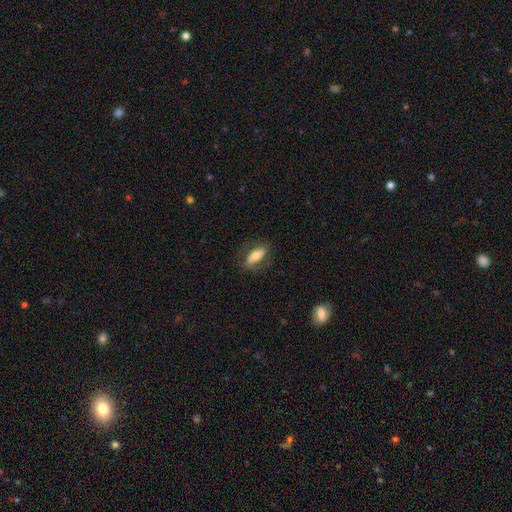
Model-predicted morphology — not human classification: The model was most divided on "smooth or featured": smooth: 59%, featured or disk: 34%, star or artifact: 7%. More confident: merging — none (75%); how rounded — in between (72%).